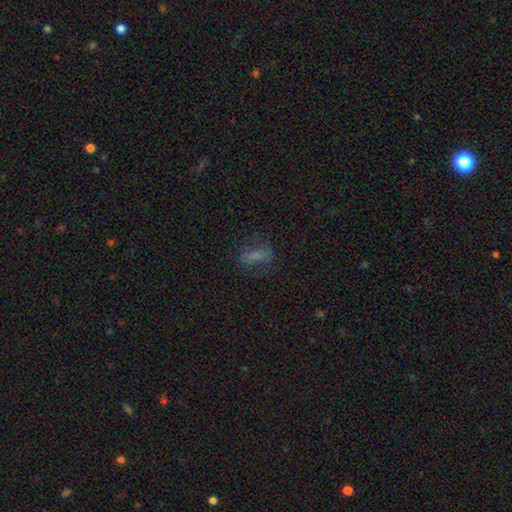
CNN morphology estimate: type=smooth (54%); roundness=in between (72%); merging=none (58%).